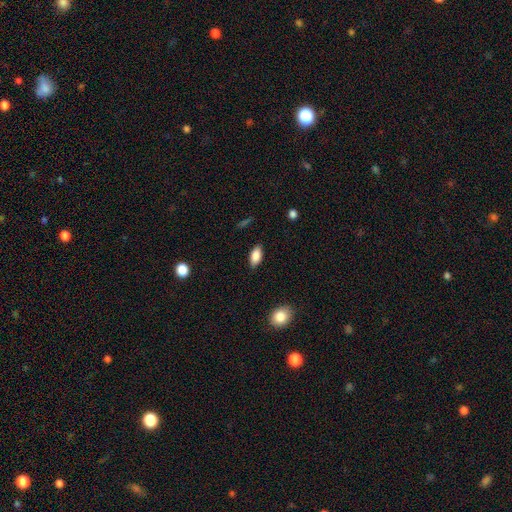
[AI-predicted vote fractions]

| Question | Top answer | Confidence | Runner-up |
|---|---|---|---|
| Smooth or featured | smooth | 85% | featured or disk (8%) |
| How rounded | in between | 89% | cigar-shaped (8%) |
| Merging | none | 86% | minor disturbance (10%) |